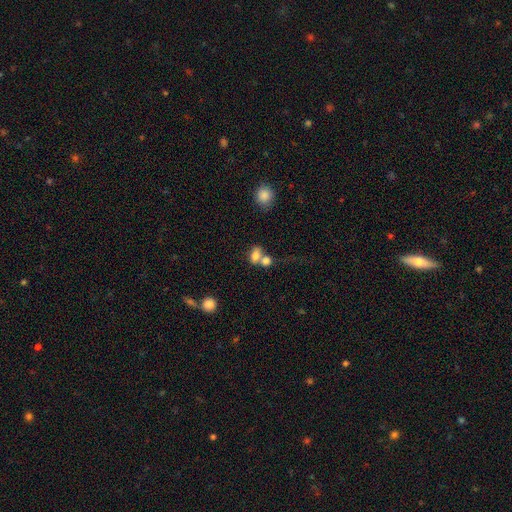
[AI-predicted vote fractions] The model was most divided on "merging": merger: 54%, none: 31%, minor disturbance: 9%, major disturbance: 6%. More confident: smooth or featured — smooth (77%); how rounded — in between (76%).